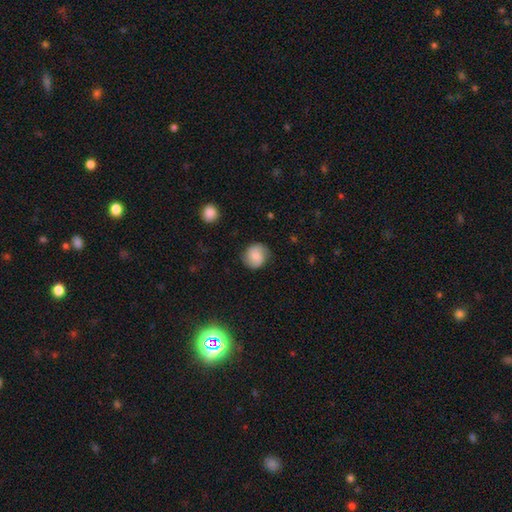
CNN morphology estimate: The model was most divided on "smooth or featured": smooth: 63%, featured or disk: 28%, star or artifact: 9%. More confident: how rounded — round (85%); merging — none (80%).